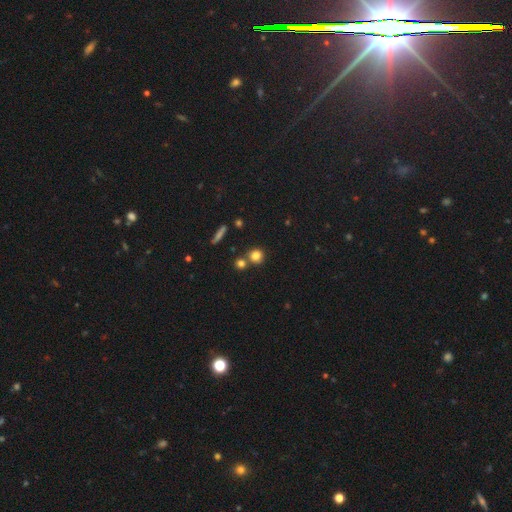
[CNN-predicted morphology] Smooth or featured? Predicted: smooth (p=0.80). How rounded? Predicted: round (p=0.86). Merging? Predicted: none (p=0.66).